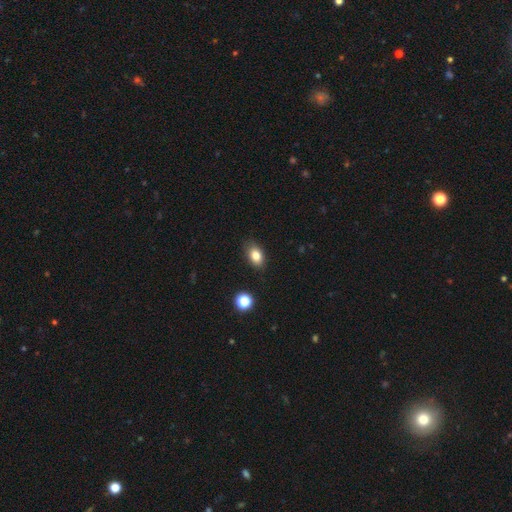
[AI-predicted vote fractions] Smooth or featured?
  - smooth: 81% *
  - star or artifact: 10%
  - featured or disk: 9%
How rounded?
  - in between: 83% *
  - round: 16%
  - cigar-shaped: 2%
Merging?
  - none: 84% *
  - minor disturbance: 12%
  - major disturbance: 2%
  - merger: 2%